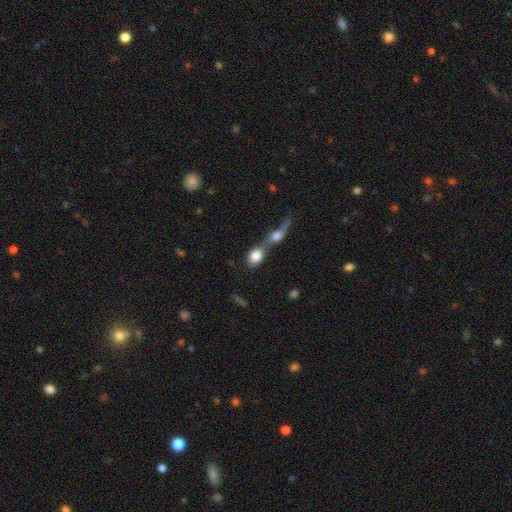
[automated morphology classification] smooth-or-featured: smooth: 75% | featured or disk: 16% | star or artifact: 8%
  how-rounded: in between: 61% | round: 34% | cigar-shaped: 5%
  merging: merger: 72% | none: 17% | minor disturbance: 6% | major disturbance: 5%